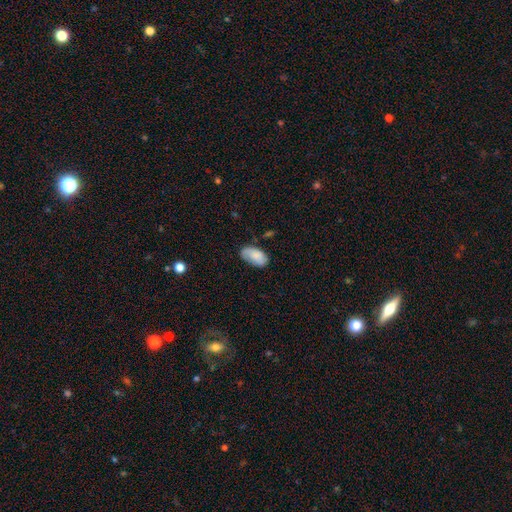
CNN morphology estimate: A smooth galaxy with no disk features (78%) that is in between round and cigar-shaped (95%). Merging: none (65%).